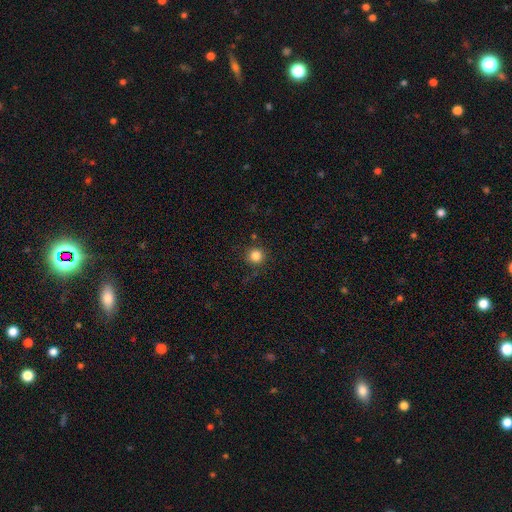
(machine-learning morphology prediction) This is clearly a smooth galaxy (83%). How rounded: clearly round (95%). Merging: clearly none (85%).